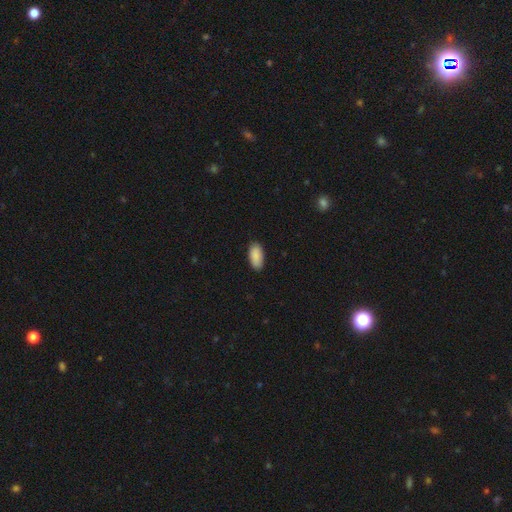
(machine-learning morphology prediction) Smooth or featured? Predicted: smooth (p=0.90). How rounded? Predicted: in between (p=0.93). Merging? Predicted: none (p=0.87).